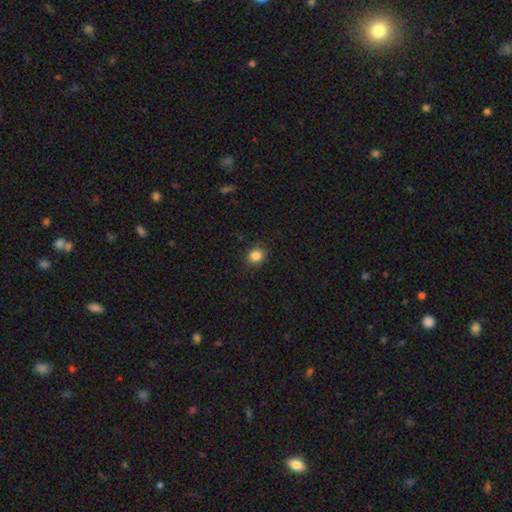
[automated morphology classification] A smooth galaxy with no disk features (85%) that is round (81%). Merging: none (89%).